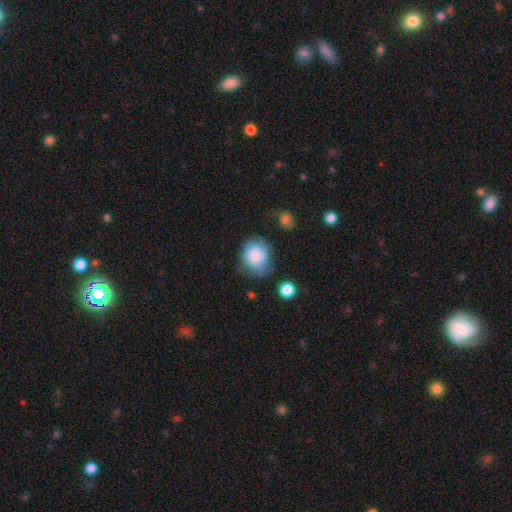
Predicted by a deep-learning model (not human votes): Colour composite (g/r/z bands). It shows a smooth galaxy with no disk features (77%) that is round (69%). Merging: none (51%).